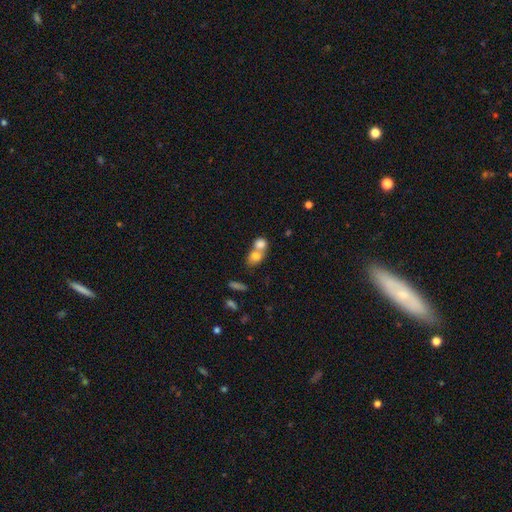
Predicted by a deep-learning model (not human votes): This appears to be a smooth galaxy with no disk features (77%) that is round (56%). Merging: merger (64%).